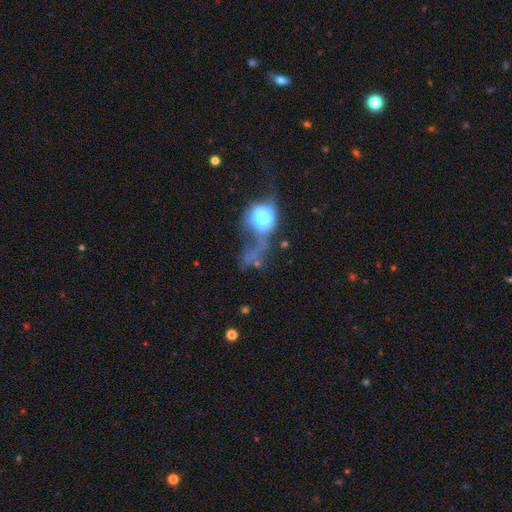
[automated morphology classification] This is marginally a smooth galaxy (41%). Merging: possibly major disturbance (54%).